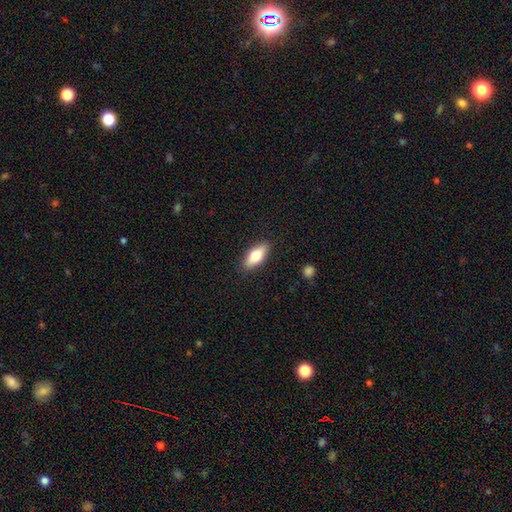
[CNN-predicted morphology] Smooth or featured?
  - smooth: 74% *
  - featured or disk: 20%
  - star or artifact: 6%
How rounded?
  - in between: 78% *
  - cigar-shaped: 19%
  - round: 3%
Merging?
  - none: 88% *
  - minor disturbance: 9%
  - major disturbance: 2%
  - merger: 1%